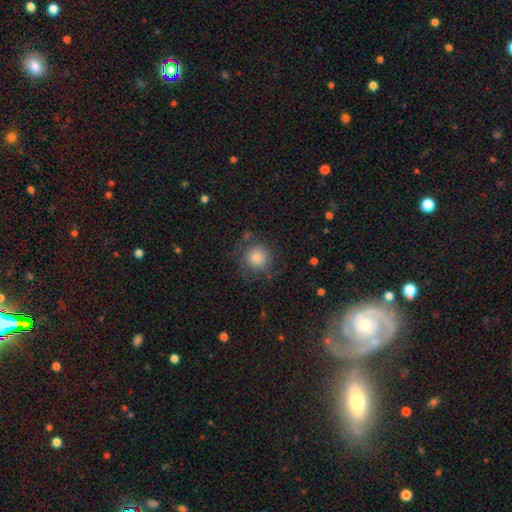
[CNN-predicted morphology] Q: Smooth or featured?
A: smooth (54%); runner-up: featured or disk (31%)
Q: How rounded?
A: round (92%); runner-up: in between (7%)
Q: Merging?
A: none (71%); runner-up: minor disturbance (15%)